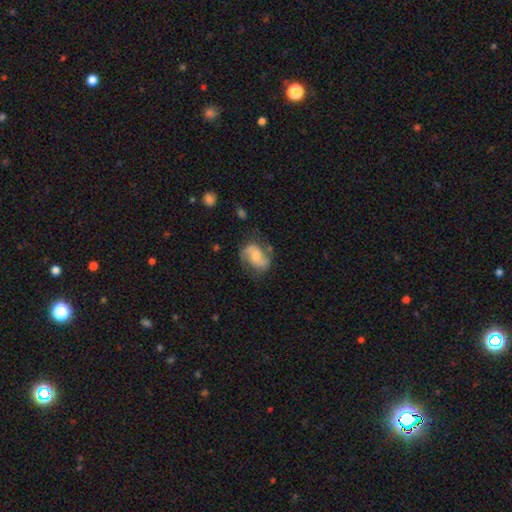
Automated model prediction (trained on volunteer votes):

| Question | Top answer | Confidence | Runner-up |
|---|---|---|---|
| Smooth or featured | featured or disk | 63% | smooth (29%) |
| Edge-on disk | no | 97% | yes (3%) |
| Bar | no | 52% | weak (38%) |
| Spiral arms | yes | 89% | no (11%) |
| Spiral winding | medium | 45% | loose (37%) |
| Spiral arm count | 2 | 86% | can't tell (7%) |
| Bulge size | moderate | 49% | small (35%) |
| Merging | none | 63% | minor disturbance (24%) |